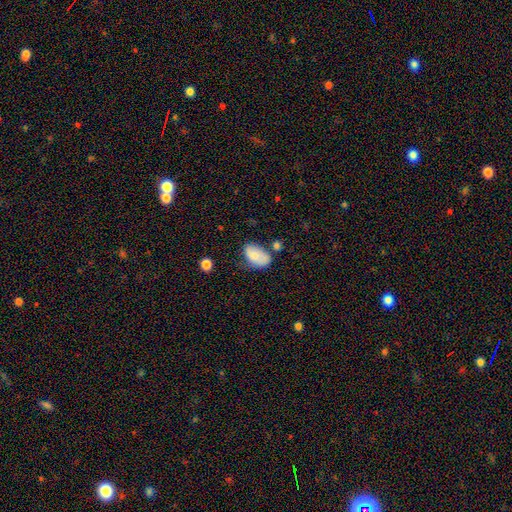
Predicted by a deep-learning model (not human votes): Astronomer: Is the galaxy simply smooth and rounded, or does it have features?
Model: smooth — 76%.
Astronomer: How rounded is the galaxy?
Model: in between — 91%.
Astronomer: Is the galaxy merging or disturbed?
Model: none — 52% (runner-up: minor disturbance, 31%).